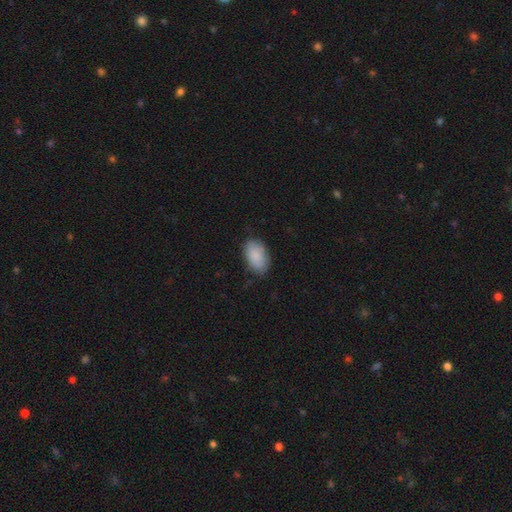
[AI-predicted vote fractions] The model was most divided on "merging": none: 81%, minor disturbance: 15%, major disturbance: 3%, merger: 1%. More confident: how rounded — in between (93%); smooth or featured — smooth (89%).